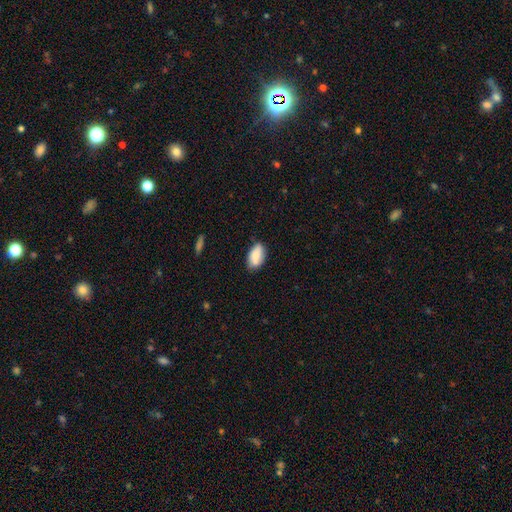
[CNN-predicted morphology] This is clearly a smooth galaxy (82%). How rounded: clearly in between (93%). Merging: likely none (75%).